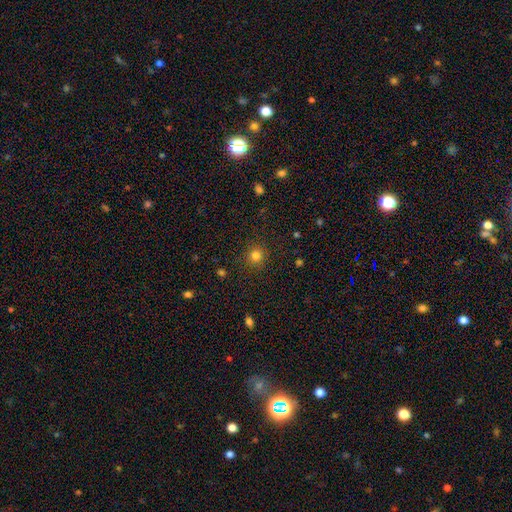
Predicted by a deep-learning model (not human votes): The model was most divided on "smooth or featured": smooth: 81%, star or artifact: 14%, featured or disk: 5%. More confident: how rounded — round (93%); merging — none (90%).